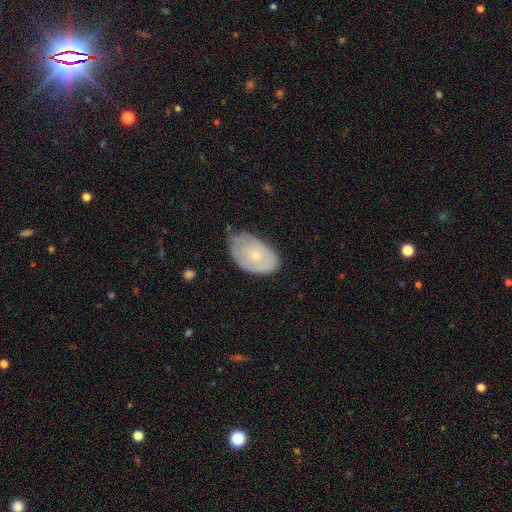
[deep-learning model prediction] A smooth galaxy with no disk features (56%) that is in between round and cigar-shaped (90%). Merging: none (62%).